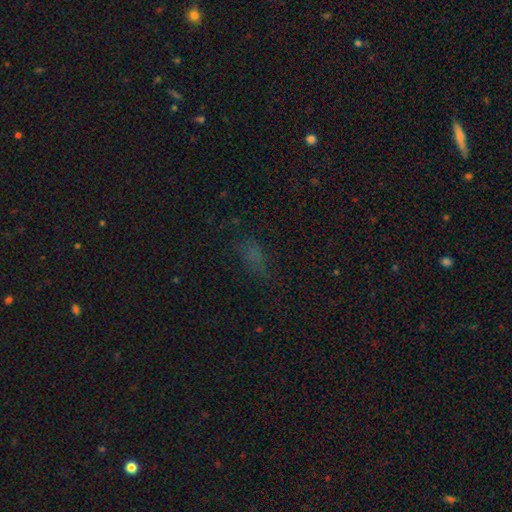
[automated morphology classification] Smooth or featured: smooth — 49% (star or artifact — 37%)
Merging: none — 69% (minor disturbance — 18%)